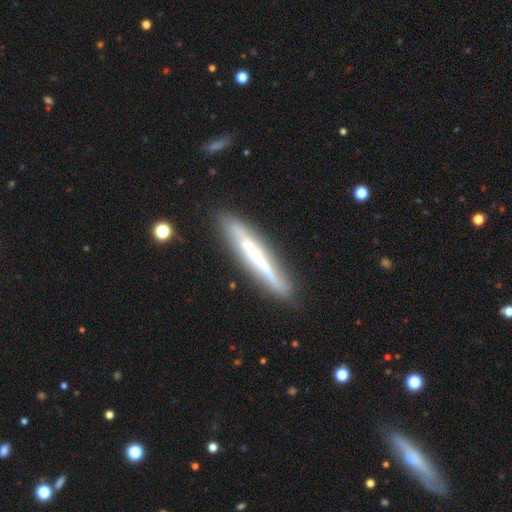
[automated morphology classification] type=featured or disk (72%); edge-on=yes (89%); edge-on bulge=rounded (66%); merging=none (78%).